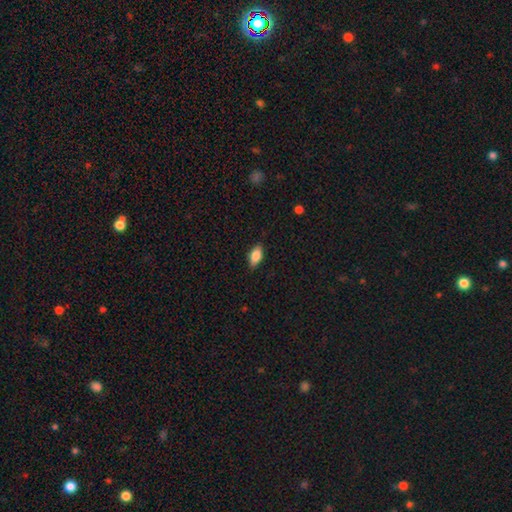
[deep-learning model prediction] A smooth galaxy with no disk features (81%) that is in between round and cigar-shaped (88%).

Vote fractions:
- Smooth or featured? smooth: 81% / featured or disk: 12% / star or artifact: 7%
- How rounded? in between: 88% / cigar-shaped: 8% / round: 4%
- Merging? none: 84% / minor disturbance: 13% / major disturbance: 2% / merger: 1%